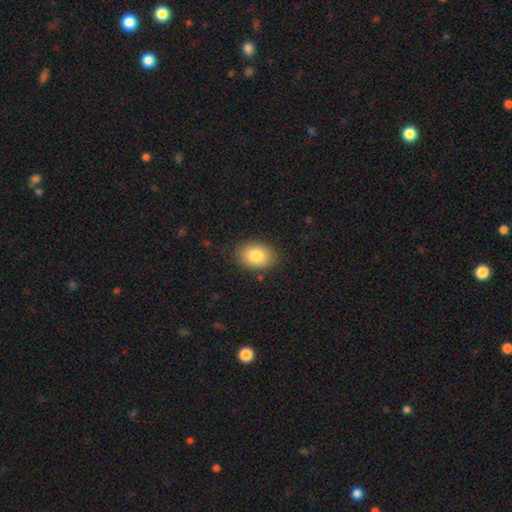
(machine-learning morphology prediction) This appears to be a smooth galaxy with no disk features (84%) that is in between round and cigar-shaped (76%). Merging: none (86%).